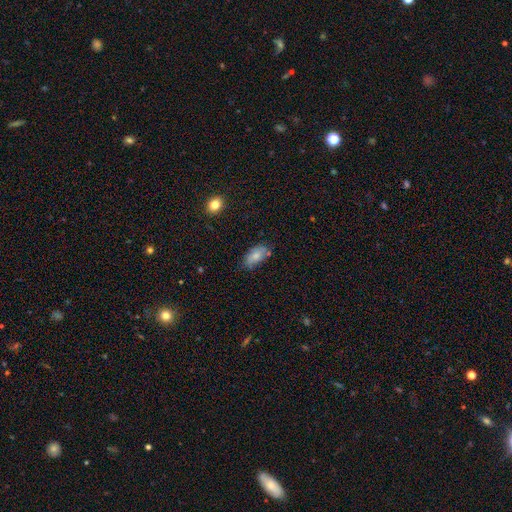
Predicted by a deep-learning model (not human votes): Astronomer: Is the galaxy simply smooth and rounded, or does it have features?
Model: smooth — 75%.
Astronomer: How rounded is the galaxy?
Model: in between — 91%.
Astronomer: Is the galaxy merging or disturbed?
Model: none — 64%.